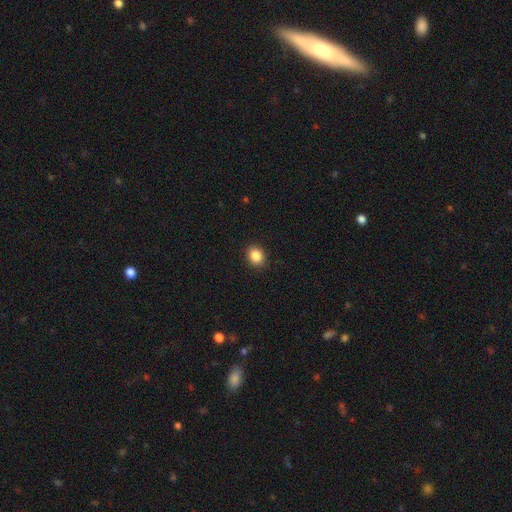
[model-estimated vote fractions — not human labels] smooth-or-featured: smooth: 86% | star or artifact: 10% | featured or disk: 4%
  how-rounded: round: 60% | in between: 39% | cigar-shaped: 1%
  merging: none: 90% | minor disturbance: 7% | major disturbance: 2% | merger: 1%